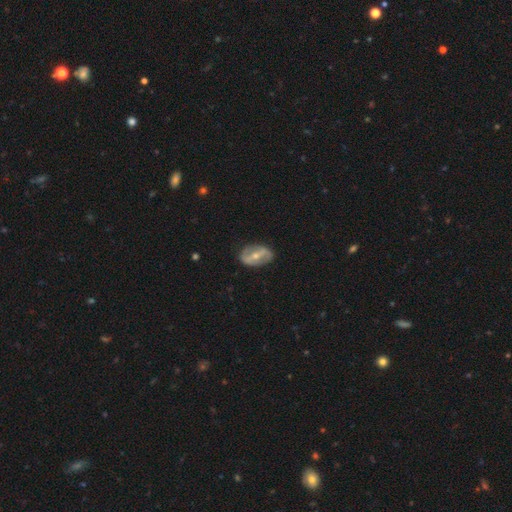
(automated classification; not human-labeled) This appears to be a featured or disk galaxy (73%) with a strong bar (60%), spiral arms (57%) and a moderate central bulge (50%). Merging: none (80%).